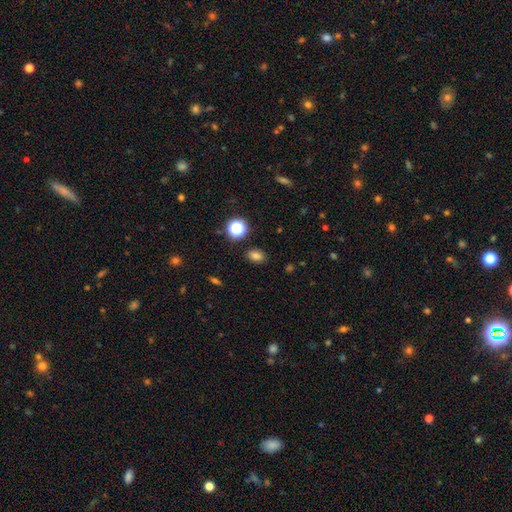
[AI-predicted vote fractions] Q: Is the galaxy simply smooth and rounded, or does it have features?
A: smooth — 77%.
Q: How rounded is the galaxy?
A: in between — 69%.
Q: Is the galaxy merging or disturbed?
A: none — 86%.